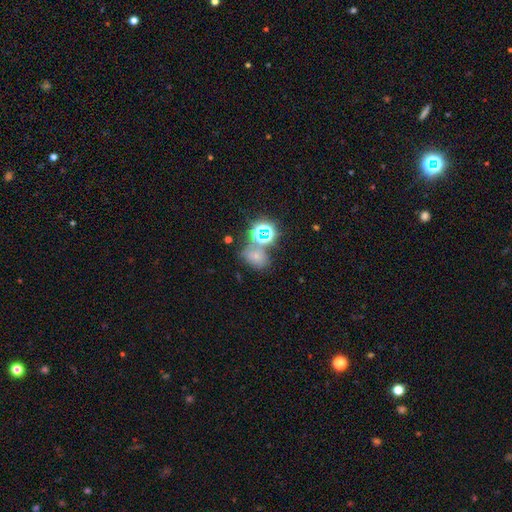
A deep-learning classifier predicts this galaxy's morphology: smooth-or-featured: smooth: 53% | star or artifact: 35% | featured or disk: 12%
  how-rounded: in between: 59% | round: 39% | cigar-shaped: 1%
  merging: none: 52% | merger: 24% | minor disturbance: 16% | major disturbance: 8%